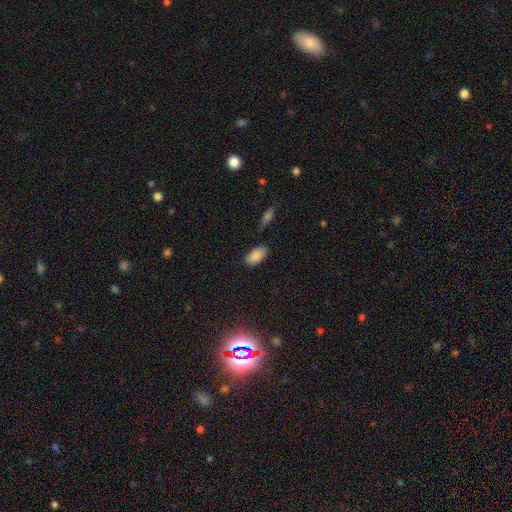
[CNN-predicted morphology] Overall: smooth (87%). How rounded: in between (94%). Merging: none (81%).